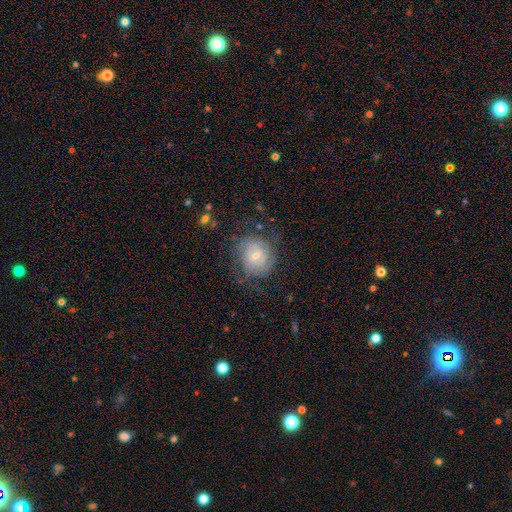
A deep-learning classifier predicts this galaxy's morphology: featured or disk 59%, smooth 32%, star or artifact 9%. Down the decision tree: edge-on disk — no (97%); bar — no (51%); spiral arms — yes (78%); bulge size — small (61%); merging — none (64%).